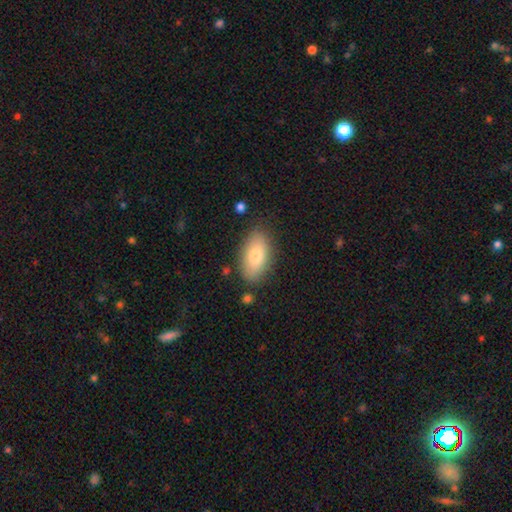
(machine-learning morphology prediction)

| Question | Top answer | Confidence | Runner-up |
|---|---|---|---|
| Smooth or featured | smooth | 76% | featured or disk (17%) |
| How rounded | in between | 92% | round (4%) |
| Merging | none | 82% | minor disturbance (12%) |